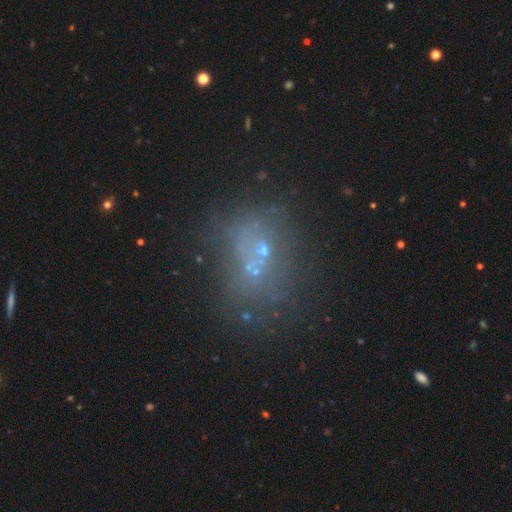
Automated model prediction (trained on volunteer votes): Smooth or featured: star or artifact — 35% (featured or disk — 33%)